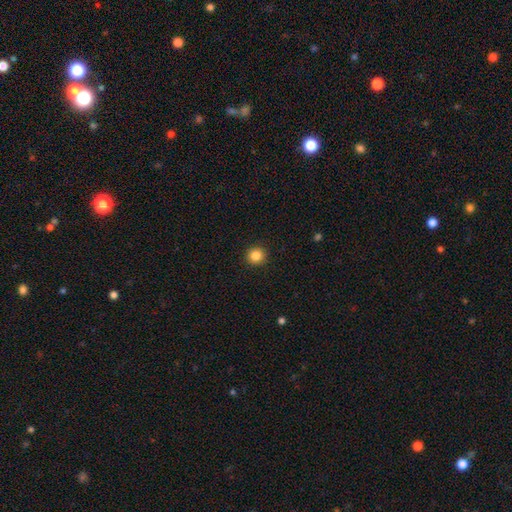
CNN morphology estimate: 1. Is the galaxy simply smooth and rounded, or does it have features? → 85% smooth, 11% star or artifact, 4% featured or disk.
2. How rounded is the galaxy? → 94% round, 5% in between, 1% cigar-shaped.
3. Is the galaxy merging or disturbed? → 93% none, 5% minor disturbance, 2% major disturbance, 1% merger.